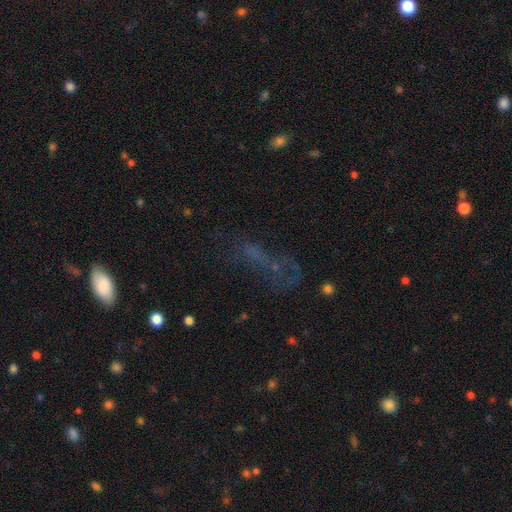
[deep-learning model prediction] Smooth or featured?
  - star or artifact: 37% *
  - smooth: 33%
  - featured or disk: 29%